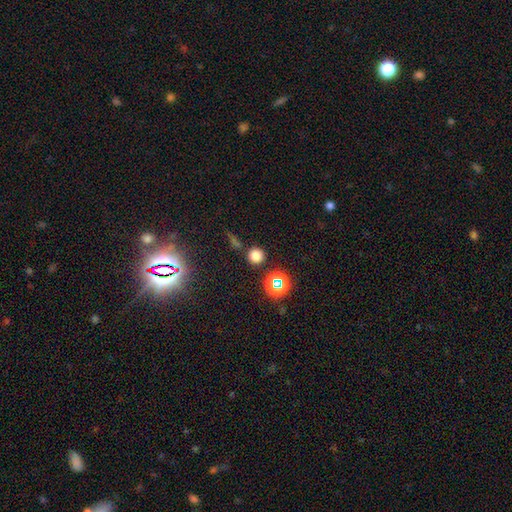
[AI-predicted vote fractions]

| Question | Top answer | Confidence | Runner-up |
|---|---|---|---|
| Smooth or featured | smooth | 73% | star or artifact (20%) |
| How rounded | round | 94% | in between (5%) |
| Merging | none | 83% | merger (7%) |